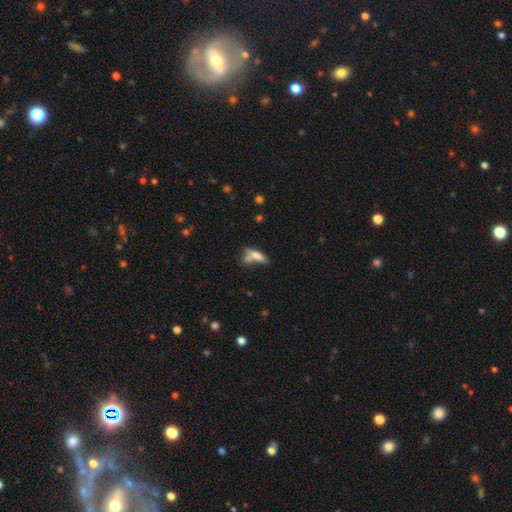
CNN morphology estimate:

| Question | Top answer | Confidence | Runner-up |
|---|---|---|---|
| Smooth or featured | smooth | 68% | featured or disk (23%) |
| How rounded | cigar-shaped | 50% | in between (47%) |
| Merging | none | 41% | merger (37%) |